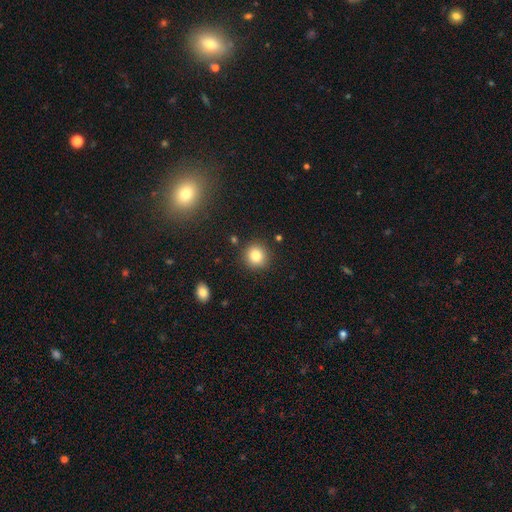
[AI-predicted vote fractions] Q: Smooth or featured?
A: smooth (84%); runner-up: star or artifact (10%)
Q: How rounded?
A: round (90%); runner-up: in between (9%)
Q: Merging?
A: none (89%); runner-up: minor disturbance (7%)